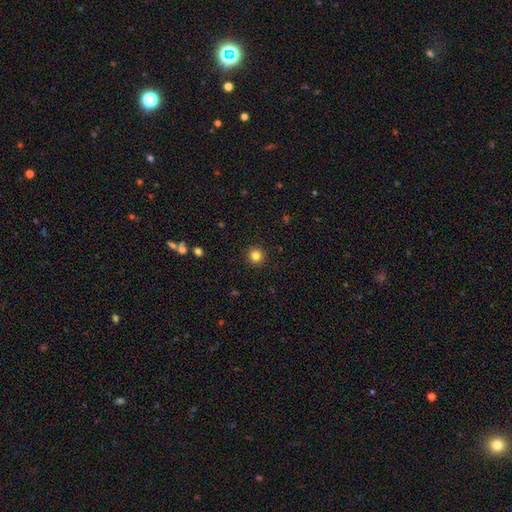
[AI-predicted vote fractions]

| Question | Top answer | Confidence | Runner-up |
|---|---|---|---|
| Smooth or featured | smooth | 83% | star or artifact (12%) |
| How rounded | round | 95% | in between (4%) |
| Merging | none | 93% | minor disturbance (5%) |